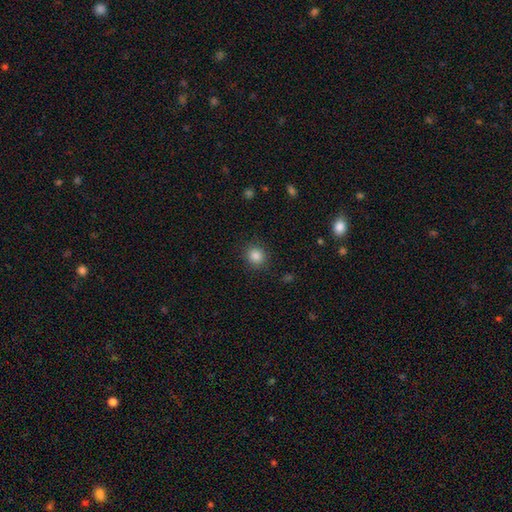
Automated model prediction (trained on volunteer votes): Smooth or featured? Predicted: smooth (p=0.85). How rounded? Predicted: round (p=0.88). Merging? Predicted: none (p=0.88).